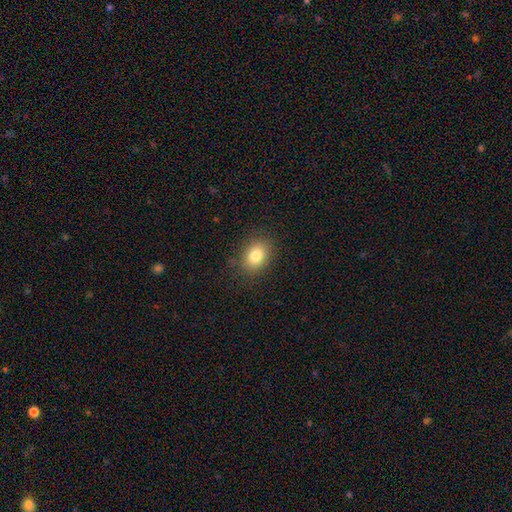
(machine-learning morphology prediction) smooth_or_featured: smooth (p=0.81) [alt: star or artifact p=0.10]
how_rounded: in between (p=0.67) [alt: round p=0.31]
merging: none (p=0.85) [alt: minor disturbance p=0.10]